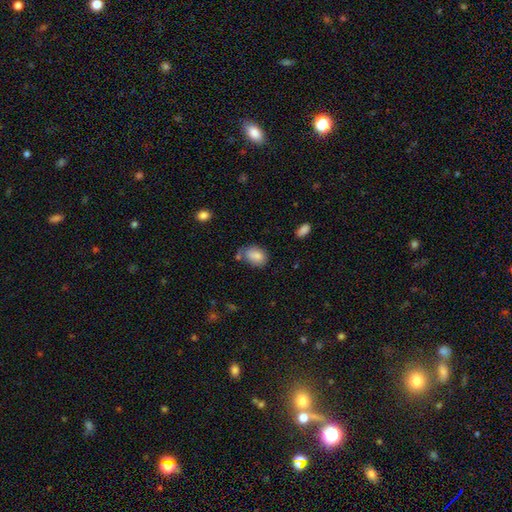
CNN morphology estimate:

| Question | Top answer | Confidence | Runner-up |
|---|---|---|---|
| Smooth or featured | smooth | 84% | featured or disk (9%) |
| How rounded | in between | 84% | round (14%) |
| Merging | none | 55% | minor disturbance (27%) |